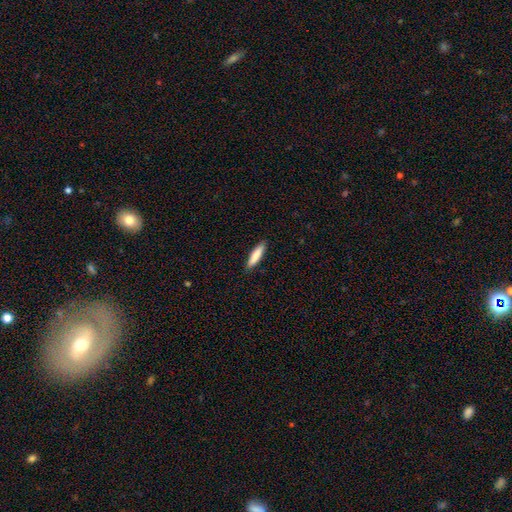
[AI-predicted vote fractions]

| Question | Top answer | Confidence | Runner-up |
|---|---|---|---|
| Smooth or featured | smooth | 82% | featured or disk (13%) |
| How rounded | cigar-shaped | 77% | in between (21%) |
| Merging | none | 89% | minor disturbance (8%) |